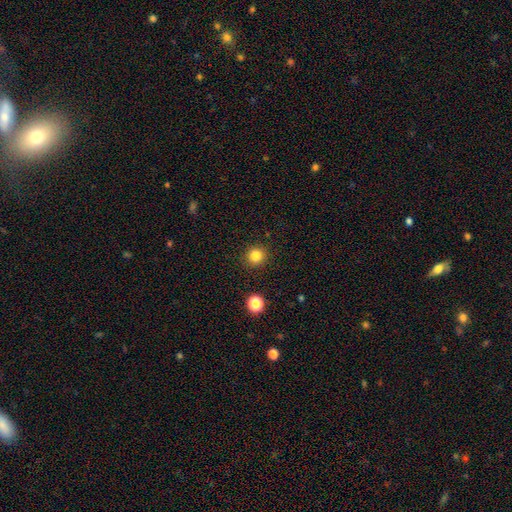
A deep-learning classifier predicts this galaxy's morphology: smooth_or_featured: smooth (p=0.84) [alt: star or artifact p=0.12]
how_rounded: round (p=0.93) [alt: in between p=0.06]
merging: none (p=0.91) [alt: minor disturbance p=0.06]